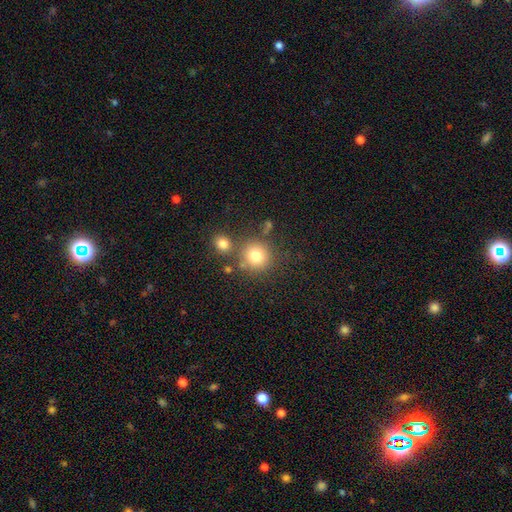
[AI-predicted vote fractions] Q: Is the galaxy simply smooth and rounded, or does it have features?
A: smooth — 78%.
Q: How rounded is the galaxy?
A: round — 92%.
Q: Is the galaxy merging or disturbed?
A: none — 73%.